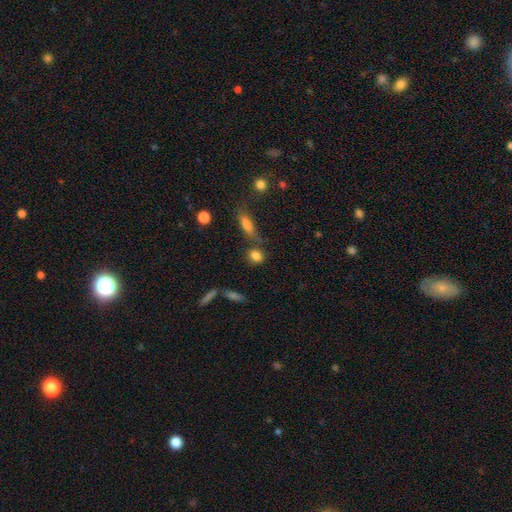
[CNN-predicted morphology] smooth_or_featured: smooth (p=0.82) [alt: star or artifact p=0.11]
how_rounded: round (p=0.56) [alt: in between p=0.38]
merging: none (p=0.63) [alt: merger p=0.17]